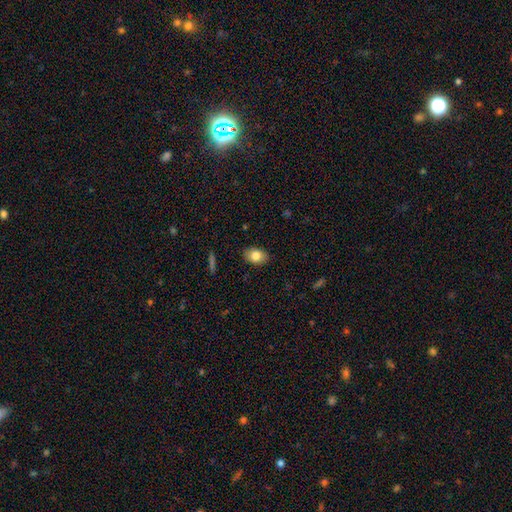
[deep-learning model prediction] A smooth galaxy with no disk features (81%) that is in between round and cigar-shaped (83%).

Vote fractions:
- Smooth or featured? smooth: 81% / featured or disk: 12% / star or artifact: 8%
- How rounded? in between: 83% / round: 15% / cigar-shaped: 1%
- Merging? none: 88% / minor disturbance: 9% / major disturbance: 2% / merger: 1%